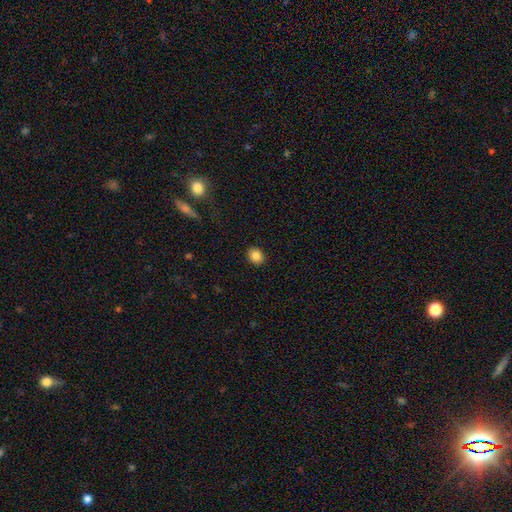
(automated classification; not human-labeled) Q: Smooth or featured?
A: smooth (85%); runner-up: star or artifact (10%)
Q: How rounded?
A: round (61%); runner-up: in between (38%)
Q: Merging?
A: none (91%); runner-up: minor disturbance (6%)